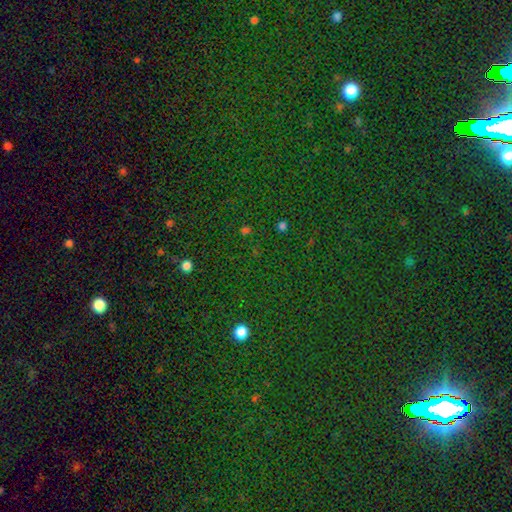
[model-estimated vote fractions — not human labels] Q: Smooth or featured?
A: star or artifact (76%); runner-up: smooth (15%)